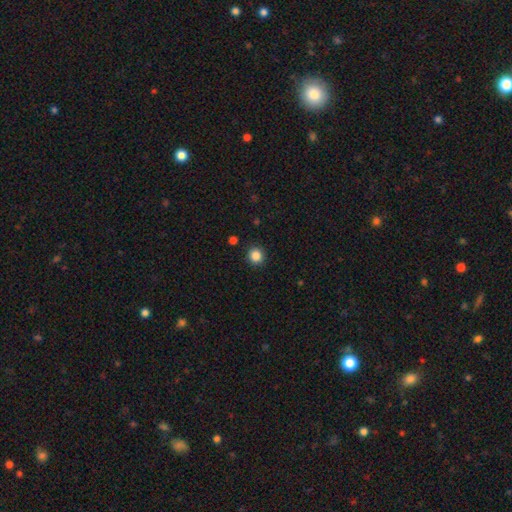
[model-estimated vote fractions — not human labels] smooth-or-featured: smooth: 85% | star or artifact: 11% | featured or disk: 4%
  how-rounded: round: 93% | in between: 6% | cigar-shaped: 1%
  merging: none: 92% | minor disturbance: 5% | major disturbance: 2% | merger: 1%